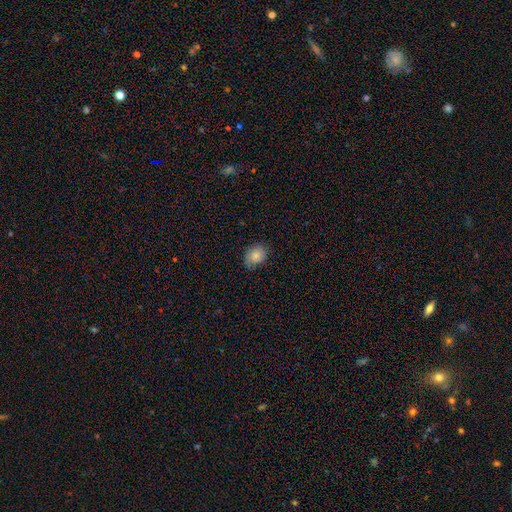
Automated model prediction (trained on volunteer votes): Smooth or featured? smooth (85%)
How rounded? in between (52%)
Merging? none (74%)